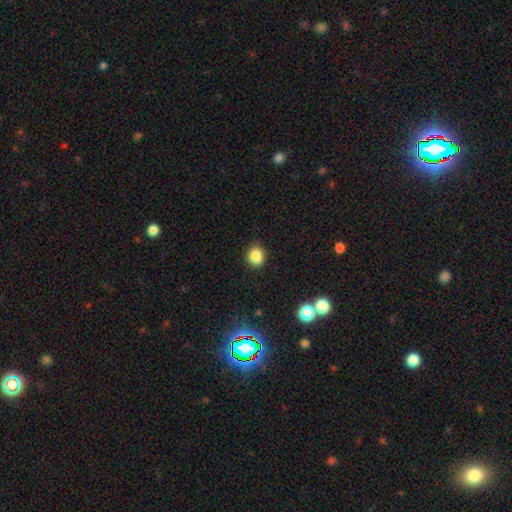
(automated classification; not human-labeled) Smooth or featured? smooth (84%)
How rounded? round (74%)
Merging? none (81%)